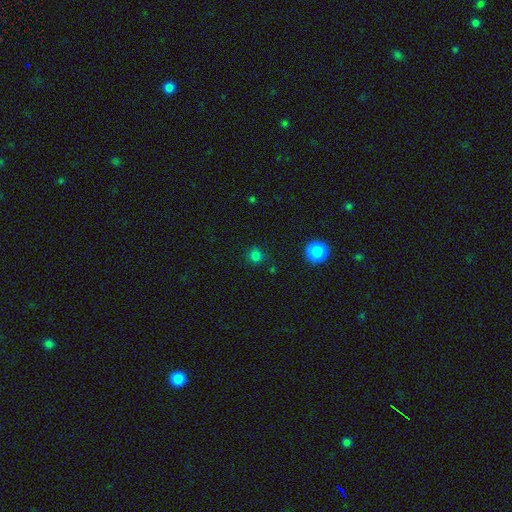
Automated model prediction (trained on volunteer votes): Smooth or featured: smooth — 79% (star or artifact — 17%)
How rounded: round — 91% (in between — 8%)
Merging: none — 88% (minor disturbance — 7%)